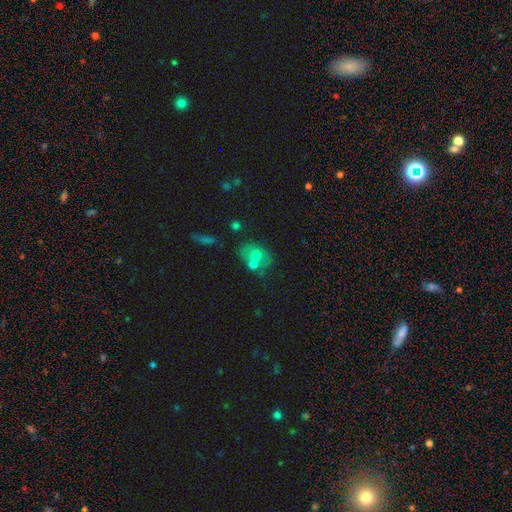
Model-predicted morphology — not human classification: Overall: smooth (56%; featured or disk 33%). How rounded: round (49%, tied with in between). Merging: merger (50%; none 32%).